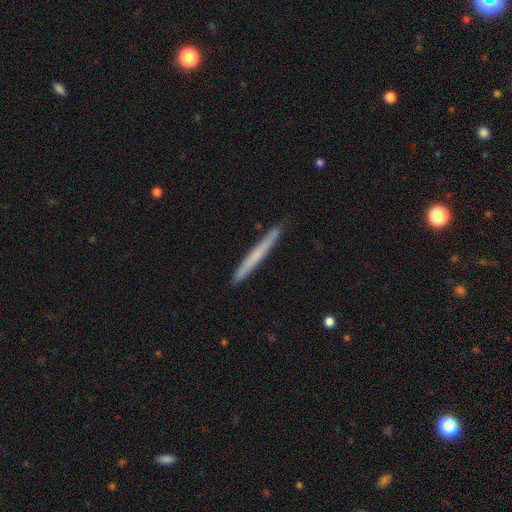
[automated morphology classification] Smooth or featured? Predicted: smooth (p=0.56). How rounded? Predicted: cigar-shaped (p=0.97). Merging? Predicted: none (p=0.91).